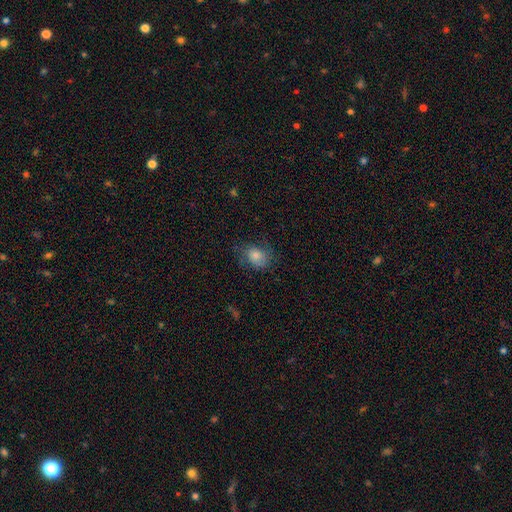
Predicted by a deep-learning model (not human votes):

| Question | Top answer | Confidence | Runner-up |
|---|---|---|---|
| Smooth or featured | smooth | 58% | featured or disk (30%) |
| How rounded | in between | 51% | round (47%) |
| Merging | none | 64% | minor disturbance (22%) |